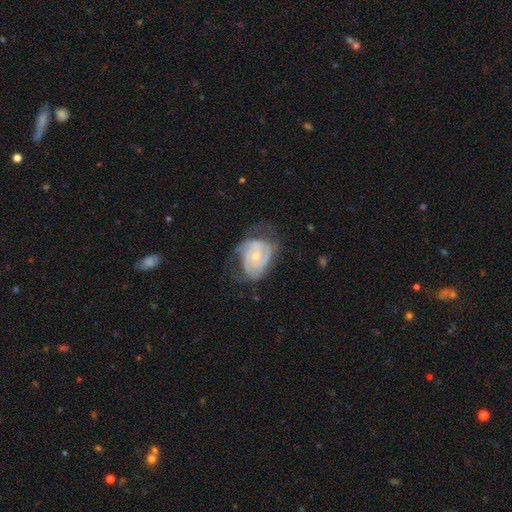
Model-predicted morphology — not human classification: A featured or disk galaxy (83%) with no bar (70%), 2 (37%) tight (58%) spiral arms (93%) and a small central bulge (54%).

Vote fractions:
- Smooth or featured? featured or disk: 83% / smooth: 11% / star or artifact: 5%
- Edge-on disk? no: 97% / yes: 3%
- Bar? no: 70% / weak: 25% / strong: 5%
- Spiral arms? yes: 93% / no: 7%
- Spiral winding? tight: 58% / medium: 34% / loose: 8%
- Spiral arm count? 2: 37% / 3: 28% / can't tell: 22% / 4: 5% / 1: 5% / more than 4: 3%
- Bulge size? small: 54% / moderate: 42% / none: 2% / large: 1% / dominant: 1%
- Merging? none: 48% / minor disturbance: 28% / major disturbance: 22% / merger: 2%